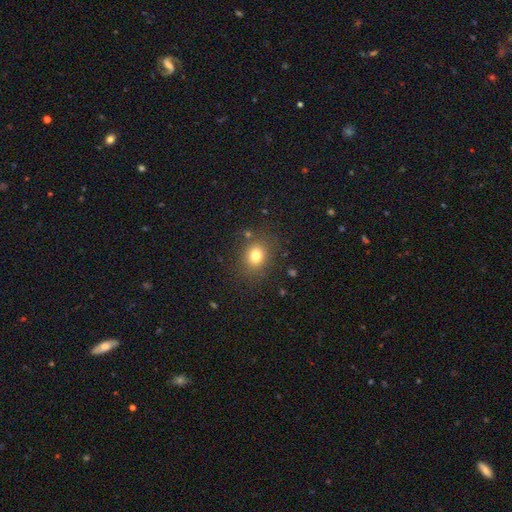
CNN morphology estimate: Q: Smooth or featured?
A: smooth (77%); runner-up: star or artifact (14%)
Q: How rounded?
A: round (64%); runner-up: in between (35%)
Q: Merging?
A: none (83%); runner-up: minor disturbance (10%)